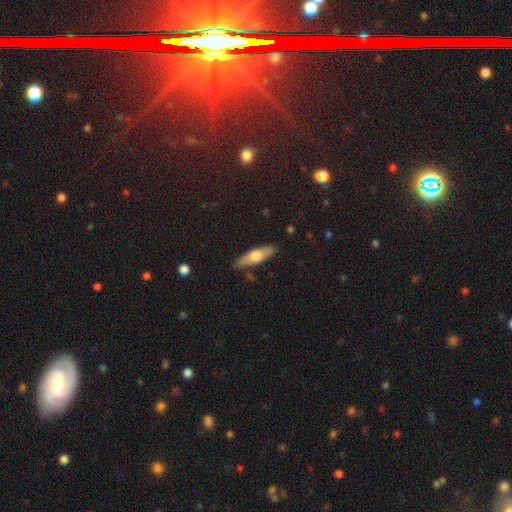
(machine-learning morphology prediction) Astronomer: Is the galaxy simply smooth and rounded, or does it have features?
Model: smooth — 59% (runner-up: featured or disk, 35%).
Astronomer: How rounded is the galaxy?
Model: cigar-shaped — 64%.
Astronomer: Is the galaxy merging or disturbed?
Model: none — 83%.